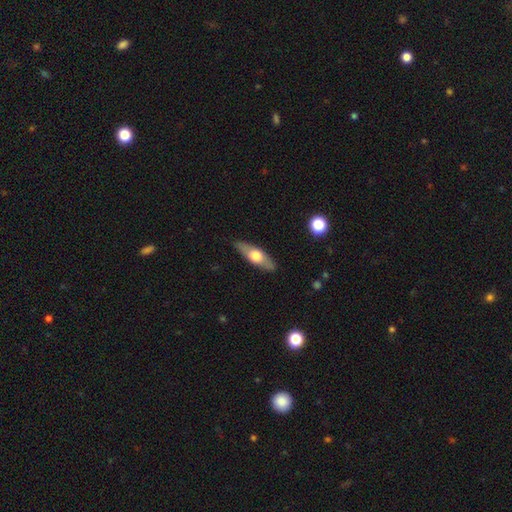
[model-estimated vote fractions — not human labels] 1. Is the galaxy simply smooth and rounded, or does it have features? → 49% featured or disk, 46% smooth, 5% star or artifact.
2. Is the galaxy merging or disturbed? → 86% none, 10% minor disturbance, 2% major disturbance, 1% merger.